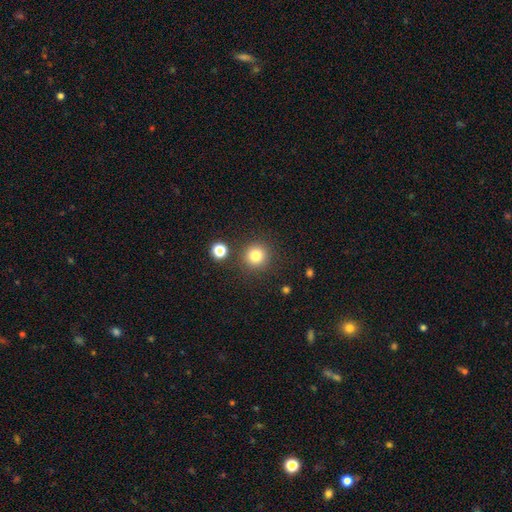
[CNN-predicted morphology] A smooth galaxy with no disk features (81%) that is round (95%). Merging: none (86%).